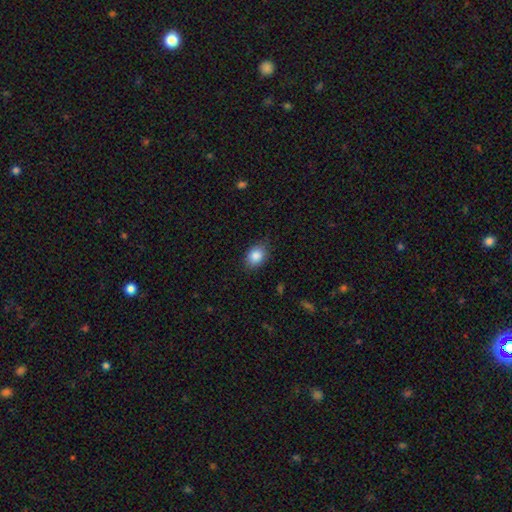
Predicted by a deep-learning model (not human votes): Smooth or featured? smooth (87%)
How rounded? in between (69%)
Merging? none (81%)